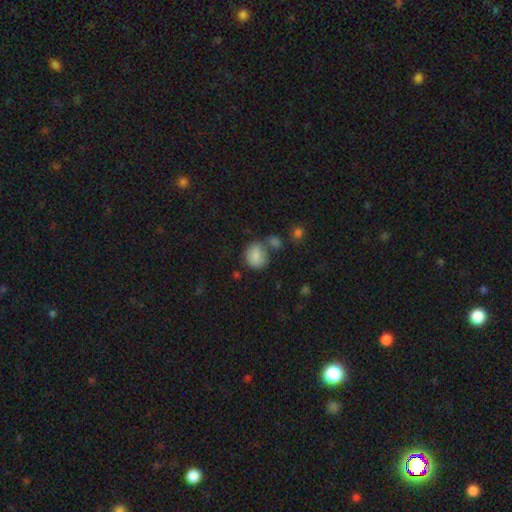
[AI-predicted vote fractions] smooth 83%, star or artifact 8%, featured or disk 8%. Down the decision tree: how rounded — round (68%); merging — none (53%).